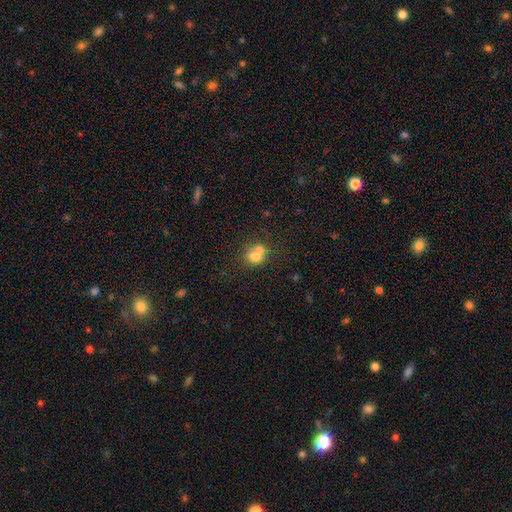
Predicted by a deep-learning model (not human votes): Smooth or featured? Predicted: smooth (p=0.71). How rounded? Predicted: round (p=0.74). Merging? Predicted: merger (p=0.53).